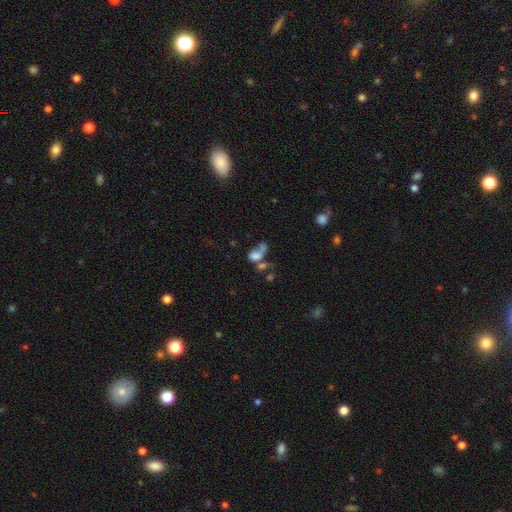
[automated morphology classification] type=smooth (64%); roundness=in between (71%); merging=merger (50%).